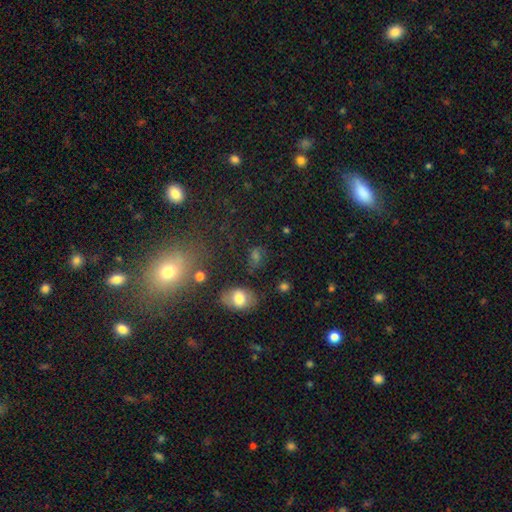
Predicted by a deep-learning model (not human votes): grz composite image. It shows a smooth galaxy with no disk features (63%) that is in between round and cigar-shaped (58%). Merging: none (66%).